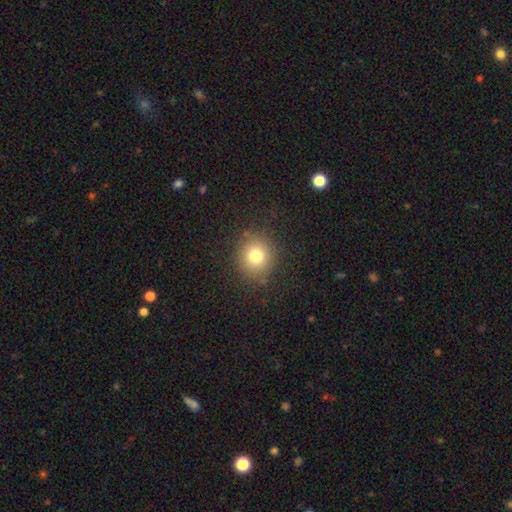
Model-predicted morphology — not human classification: Smooth or featured: smooth — 76% (star or artifact — 14%)
How rounded: round — 87% (in between — 12%)
Merging: none — 86% (minor disturbance — 9%)